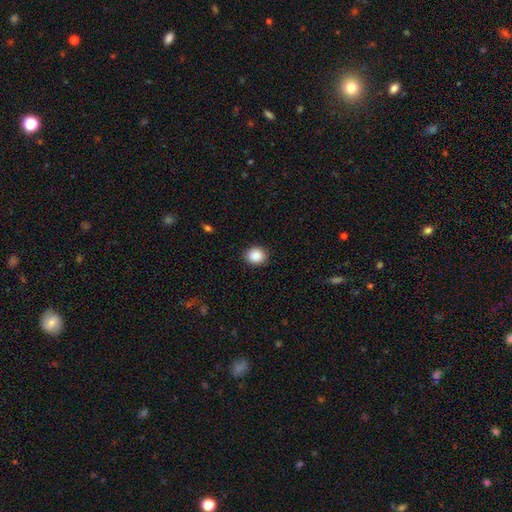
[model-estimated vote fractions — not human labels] smooth-or-featured: smooth: 89% | star or artifact: 8% | featured or disk: 3%
  how-rounded: round: 73% | in between: 26% | cigar-shaped: 1%
  merging: none: 90% | minor disturbance: 7% | major disturbance: 2% | merger: 1%